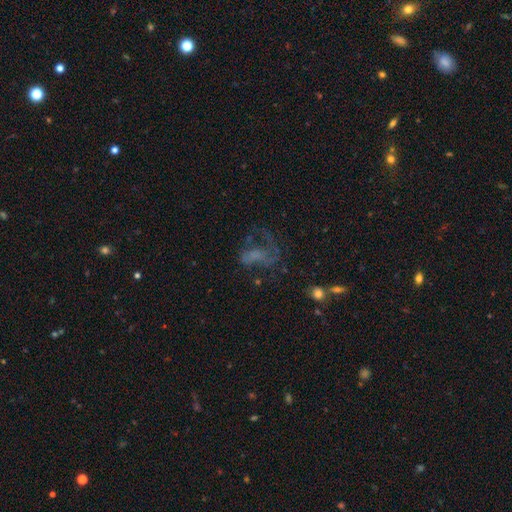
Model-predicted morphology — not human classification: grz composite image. It shows a featured or disk galaxy (50%). Merging: major disturbance (51%).